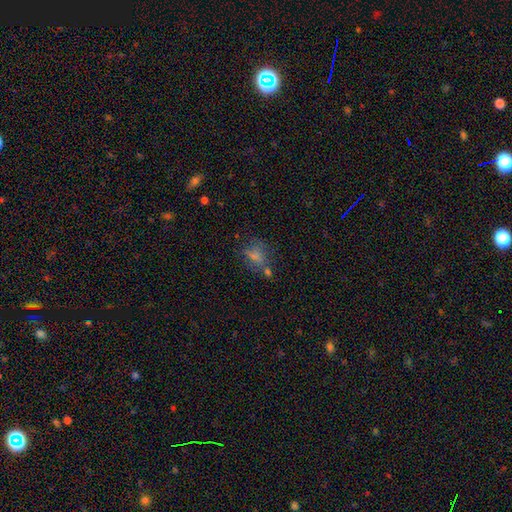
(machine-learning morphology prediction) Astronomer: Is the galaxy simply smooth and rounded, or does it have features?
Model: smooth — 60%.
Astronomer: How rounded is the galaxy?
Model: in between — 60% (runner-up: round, 36%).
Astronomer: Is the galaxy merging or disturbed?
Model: none — 44% (runner-up: minor disturbance, 21%).